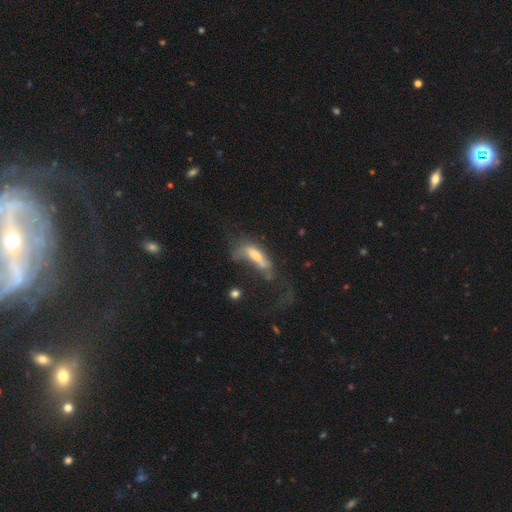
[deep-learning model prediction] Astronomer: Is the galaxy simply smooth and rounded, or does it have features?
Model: featured or disk — 46% (runner-up: smooth, 42%).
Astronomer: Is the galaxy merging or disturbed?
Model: major disturbance — 53%.